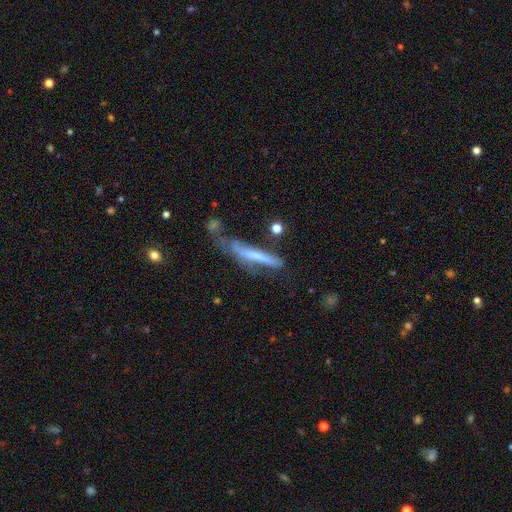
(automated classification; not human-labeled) smooth_or_featured: smooth (p=0.46) [tied with: featured or disk p=0.46]
merging: none (p=0.31) [alt: major disturbance p=0.28]